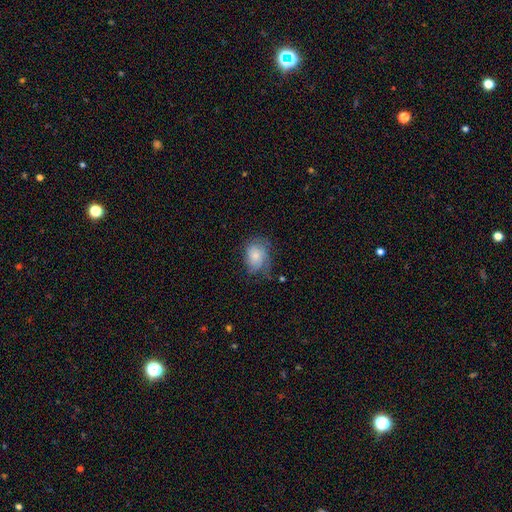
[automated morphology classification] A smooth galaxy with no disk features (60%) that is in between round and cigar-shaped (58%). Merging: none (48%).